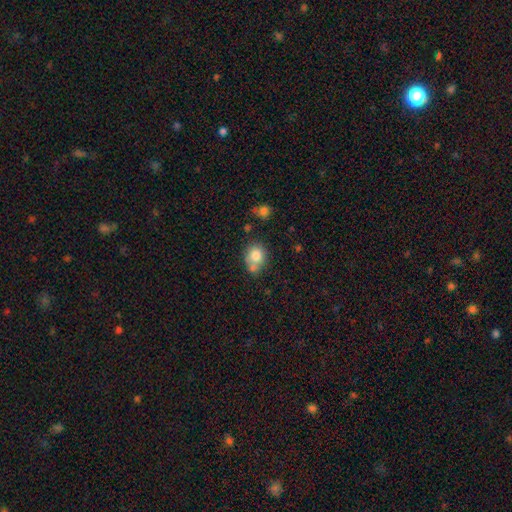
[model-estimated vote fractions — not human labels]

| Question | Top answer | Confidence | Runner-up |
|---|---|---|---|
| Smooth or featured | smooth | 78% | featured or disk (12%) |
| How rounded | round | 65% | in between (34%) |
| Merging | none | 48% | merger (27%) |